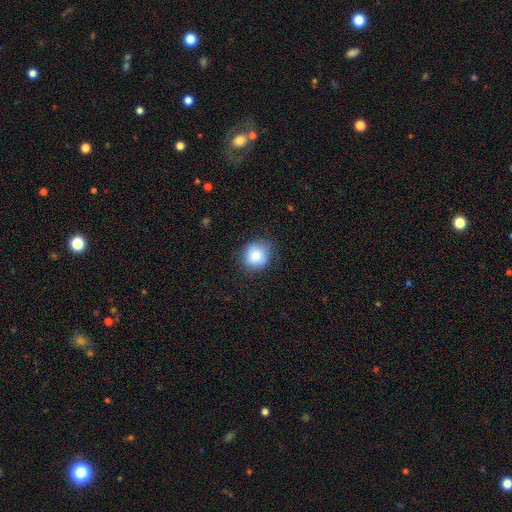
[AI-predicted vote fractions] A smooth galaxy with no disk features (82%) that is round (82%).

Vote fractions:
- Smooth or featured? smooth: 82% / featured or disk: 9% / star or artifact: 9%
- How rounded? round: 82% / in between: 17% / cigar-shaped: 1%
- Merging? none: 81% / minor disturbance: 15% / major disturbance: 3% / merger: 1%